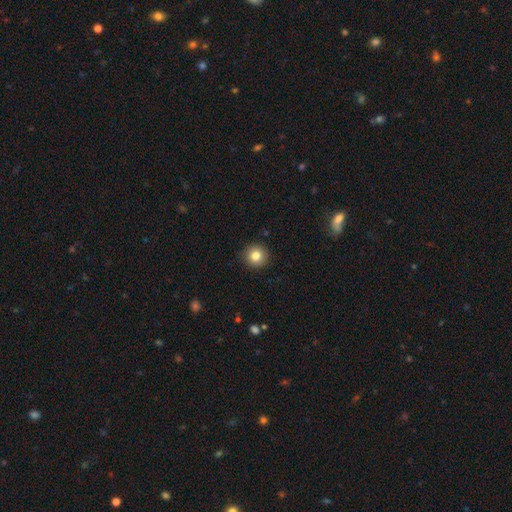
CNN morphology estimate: The model was most divided on "smooth or featured": smooth: 82%, star or artifact: 10%, featured or disk: 7%. More confident: how rounded — round (94%); merging — none (92%).